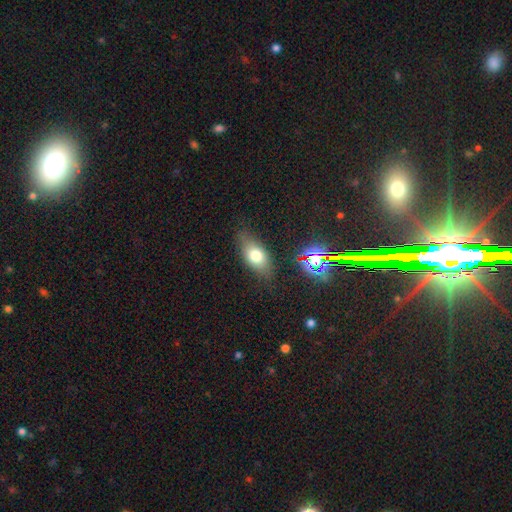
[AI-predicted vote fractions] Smooth or featured? Predicted: smooth (p=0.69). How rounded? Predicted: in between (p=0.83). Merging? Predicted: none (p=0.79).